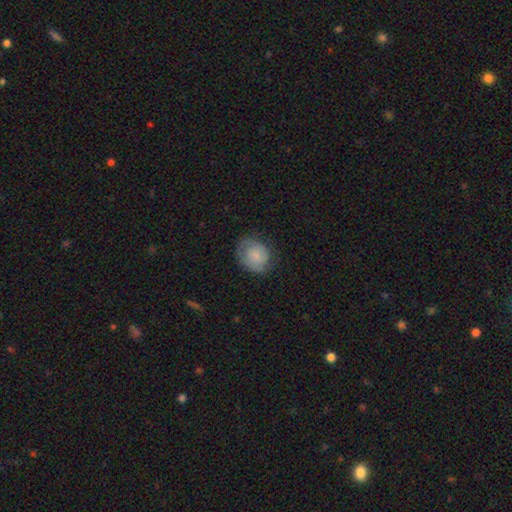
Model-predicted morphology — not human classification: Smooth or featured? Predicted: smooth (p=0.64). How rounded? Predicted: round (p=0.64). Merging? Predicted: none (p=0.64).